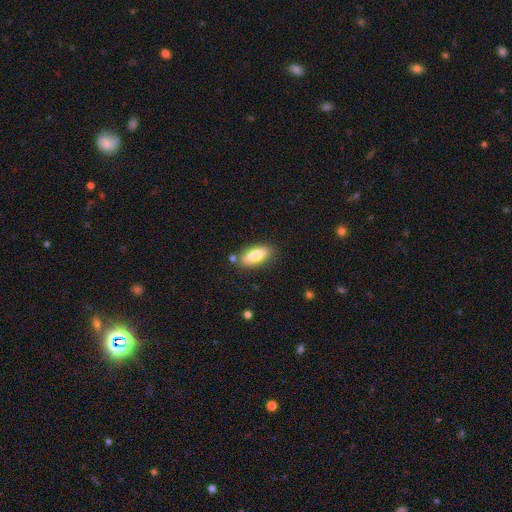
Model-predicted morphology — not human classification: A smooth galaxy with no disk features (79%) that is in between round and cigar-shaped (81%).

Vote fractions:
- Smooth or featured? smooth: 79% / featured or disk: 15% / star or artifact: 7%
- How rounded? in between: 81% / cigar-shaped: 17% / round: 2%
- Merging? none: 80% / minor disturbance: 13% / merger: 5% / major disturbance: 3%